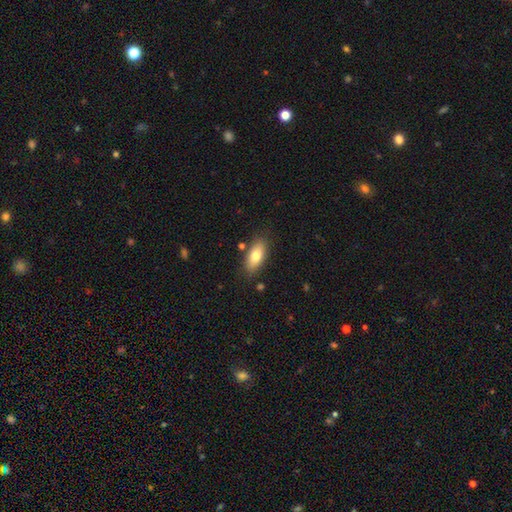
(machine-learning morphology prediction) A smooth galaxy with no disk features (77%) that is in between round and cigar-shaped (84%).

Vote fractions:
- Smooth or featured? smooth: 77% / featured or disk: 16% / star or artifact: 7%
- How rounded? in between: 84% / cigar-shaped: 12% / round: 3%
- Merging? none: 82% / minor disturbance: 12% / merger: 3% / major disturbance: 3%